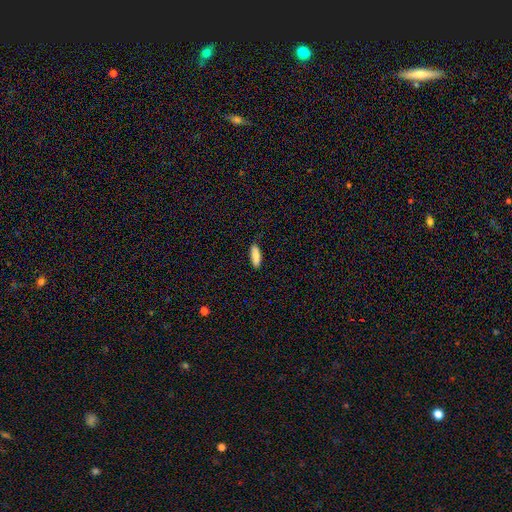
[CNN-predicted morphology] Overall: smooth (88%). How rounded: in between (57%; cigar-shaped 41%). Merging: none (86%).